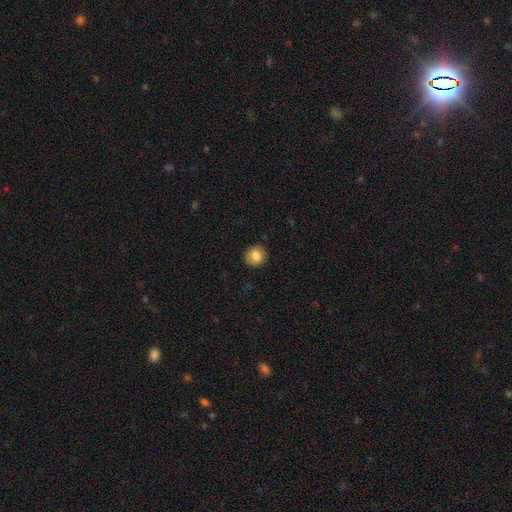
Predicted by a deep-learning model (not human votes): smooth-or-featured: smooth: 82% | featured or disk: 9% | star or artifact: 9%
  how-rounded: round: 86% | in between: 13% | cigar-shaped: 1%
  merging: none: 89% | minor disturbance: 8% | major disturbance: 2% | merger: 1%